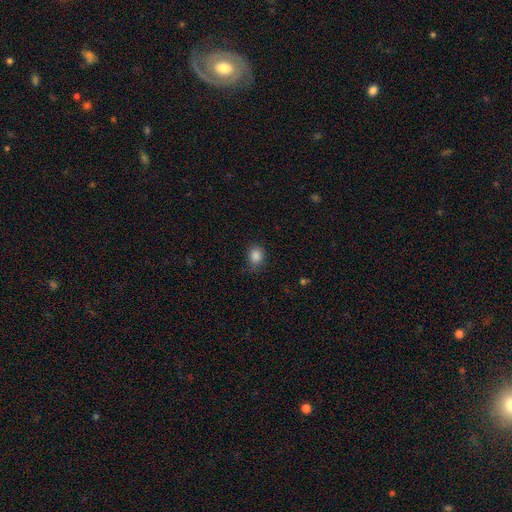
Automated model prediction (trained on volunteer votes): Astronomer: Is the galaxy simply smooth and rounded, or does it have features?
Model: smooth — 86%.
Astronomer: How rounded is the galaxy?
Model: round — 63%.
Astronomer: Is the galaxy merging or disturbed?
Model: none — 74%.